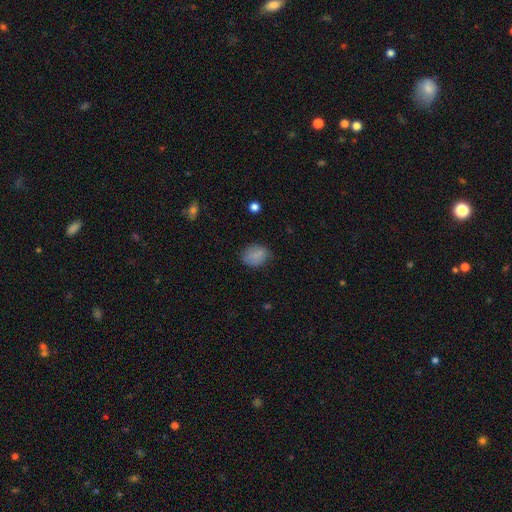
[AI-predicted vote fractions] Smooth or featured? Predicted: smooth (p=0.82). How rounded? Predicted: in between (p=0.61). Merging? Predicted: none (p=0.73).